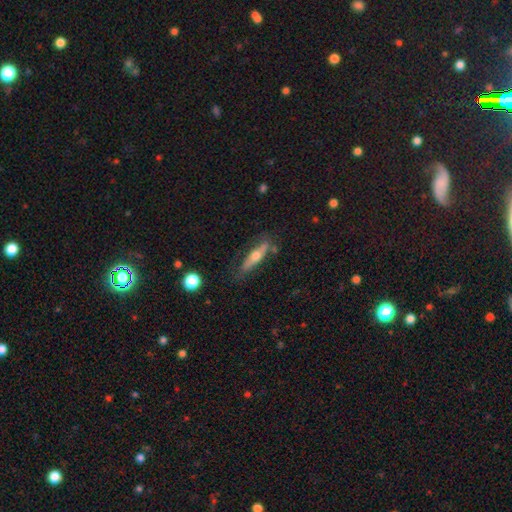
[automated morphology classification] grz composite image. It shows a smooth galaxy with no disk features (47%). Merging: none (65%).